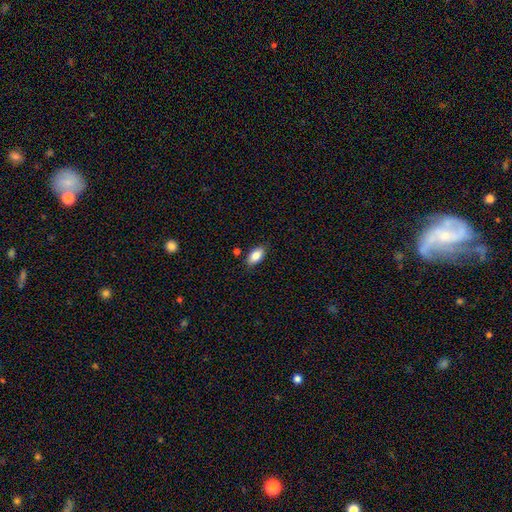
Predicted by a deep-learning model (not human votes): Smooth or featured: smooth — 83% (featured or disk — 9%)
How rounded: in between — 91% (cigar-shaped — 5%)
Merging: none — 83% (minor disturbance — 12%)